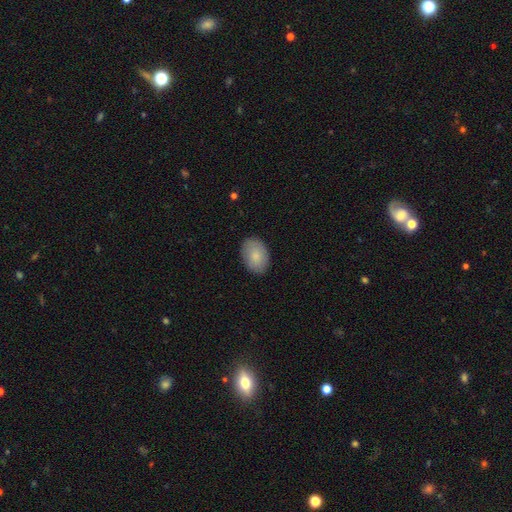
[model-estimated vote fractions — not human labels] A smooth galaxy with no disk features (83%) that is in between round and cigar-shaped (81%).

Vote fractions:
- Smooth or featured? smooth: 83% / featured or disk: 11% / star or artifact: 6%
- How rounded? in between: 81% / round: 18% / cigar-shaped: 1%
- Merging? none: 87% / minor disturbance: 10% / major disturbance: 2% / merger: 1%